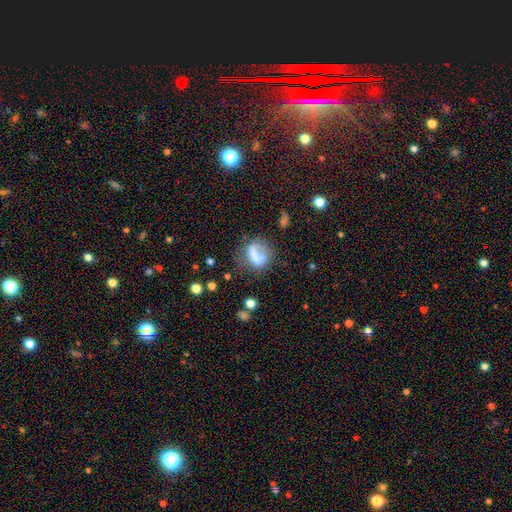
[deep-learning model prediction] Morphology: type=smooth (56%); roundness=round (56%); merging=none (39%).